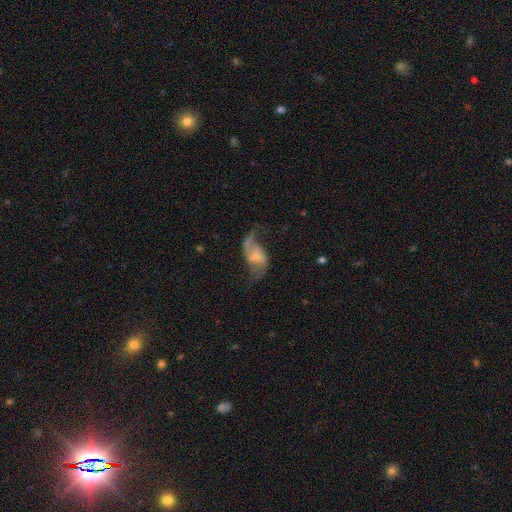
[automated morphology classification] A featured or disk galaxy (80%) with a weak bar (45%), 2 (89%) loose (78%) spiral arms (92%) and a small central bulge (52%).

Vote fractions:
- Smooth or featured? featured or disk: 80% / smooth: 13% / star or artifact: 6%
- Edge-on disk? no: 97% / yes: 3%
- Bar? weak: 45% / no: 39% / strong: 16%
- Spiral arms? yes: 92% / no: 8%
- Spiral winding? loose: 78% / medium: 18% / tight: 4%
- Spiral arm count? 2: 89% / 1: 5% / can't tell: 3% / 3: 1% / 4: 1% / more than 4: 1%
- Bulge size? small: 52% / moderate: 27% / none: 16% / large: 4% / dominant: 1%
- Merging? none: 57% / major disturbance: 20% / minor disturbance: 20% / merger: 4%